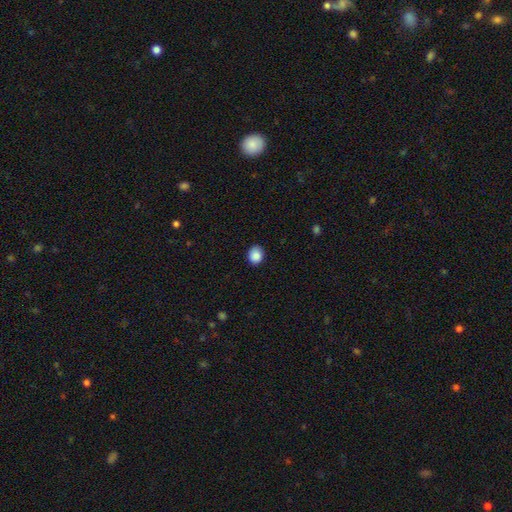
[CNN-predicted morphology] A smooth galaxy with no disk features (88%) that is round (57%).

Vote fractions:
- Smooth or featured? smooth: 88% / star or artifact: 8% / featured or disk: 3%
- How rounded? round: 57% / in between: 42% / cigar-shaped: 1%
- Merging? none: 89% / minor disturbance: 8% / major disturbance: 2% / merger: 1%